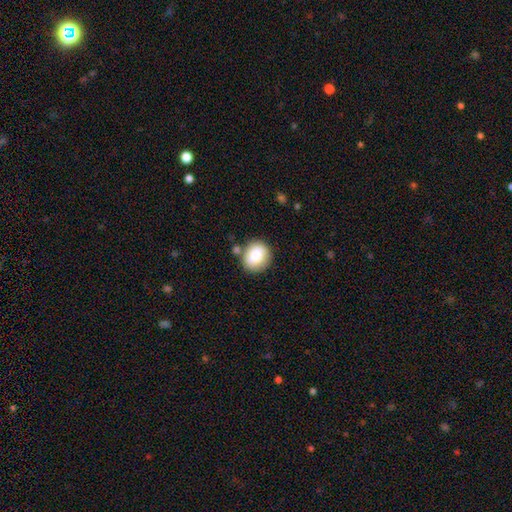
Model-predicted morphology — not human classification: This appears to be a smooth galaxy with no disk features (80%) that is round (77%). Merging: none (75%).